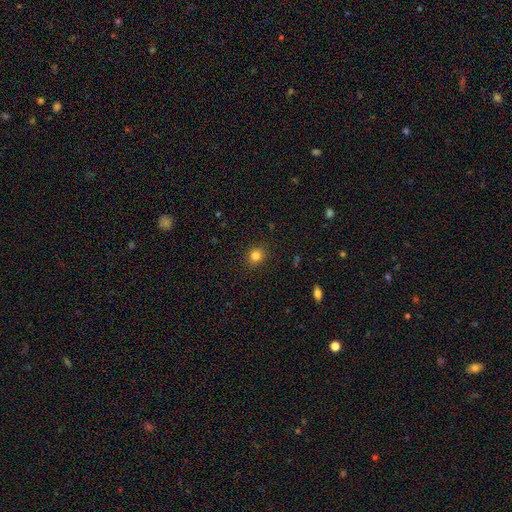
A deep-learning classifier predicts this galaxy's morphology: type=smooth (82%); roundness=round (79%); merging=none (89%).